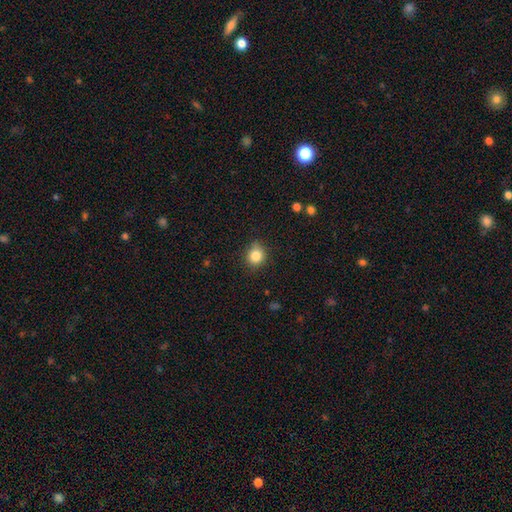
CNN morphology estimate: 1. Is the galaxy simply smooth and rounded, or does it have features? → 84% smooth, 11% star or artifact, 5% featured or disk.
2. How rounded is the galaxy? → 82% round, 17% in between, 1% cigar-shaped.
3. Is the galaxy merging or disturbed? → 83% none, 13% minor disturbance, 3% major disturbance, 1% merger.